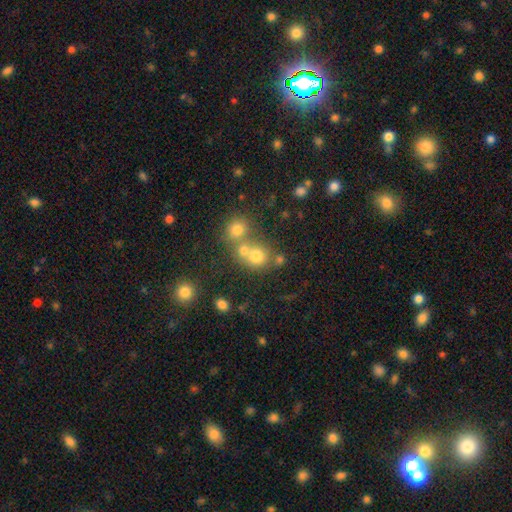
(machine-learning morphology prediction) This is likely a smooth galaxy (71%). How rounded: clearly round (80%). Merging: possibly none (46%).